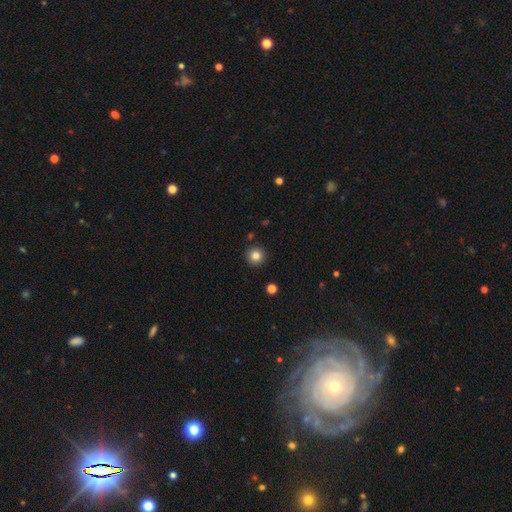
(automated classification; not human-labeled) Smooth or featured?
  - smooth: 83% *
  - star or artifact: 11%
  - featured or disk: 6%
How rounded?
  - round: 95% *
  - in between: 4%
  - cigar-shaped: 1%
Merging?
  - none: 92% *
  - minor disturbance: 5%
  - major disturbance: 2%
  - merger: 2%